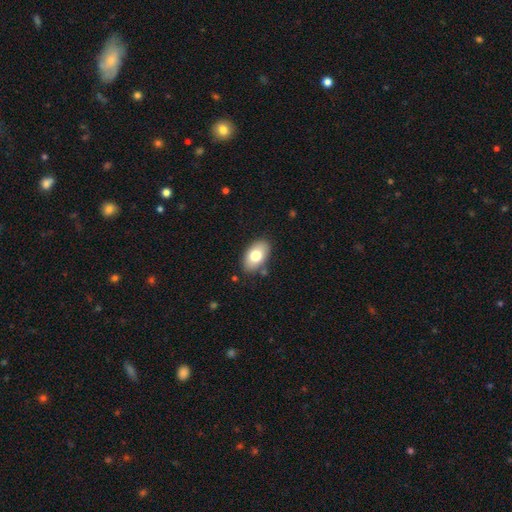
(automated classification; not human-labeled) A smooth galaxy with no disk features (76%) that is in between round and cigar-shaped (92%). Merging: none (83%).